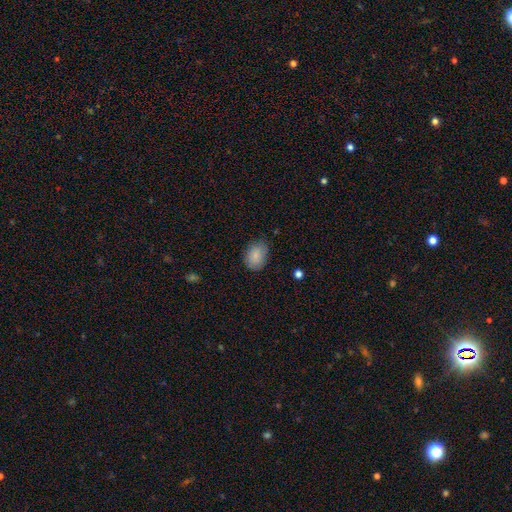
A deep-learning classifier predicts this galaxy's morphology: type=smooth (86%); roundness=in between (78%); merging=none (75%).